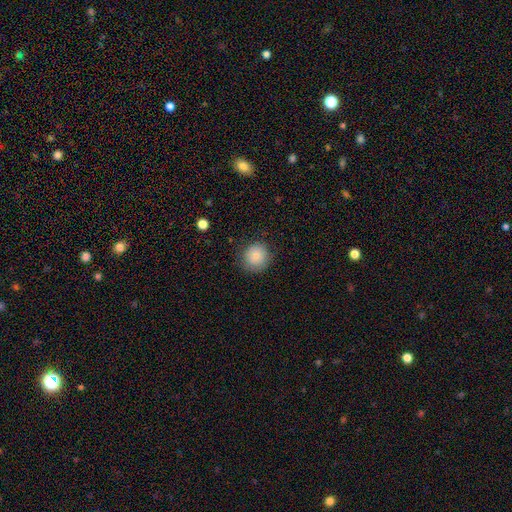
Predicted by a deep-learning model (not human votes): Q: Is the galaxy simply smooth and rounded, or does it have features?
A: smooth — 83%.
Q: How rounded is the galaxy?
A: round — 91%.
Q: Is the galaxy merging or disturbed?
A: none — 82%.